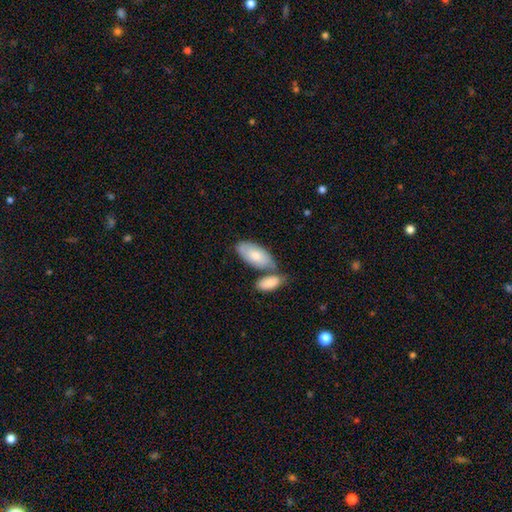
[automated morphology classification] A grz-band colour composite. It shows a smooth galaxy with no disk features (77%) that is in between round and cigar-shaped (92%). Merging: none (47%).